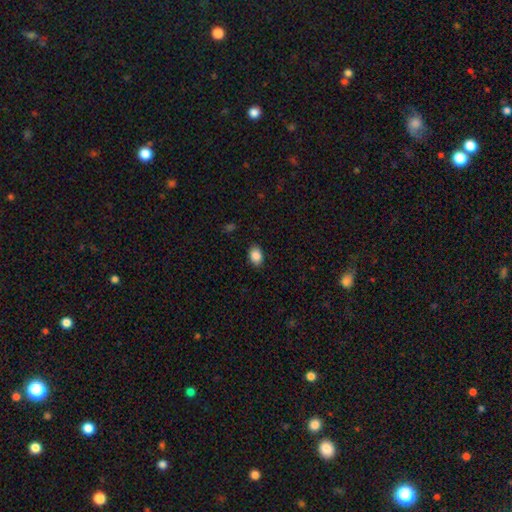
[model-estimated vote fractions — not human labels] This appears to be a smooth galaxy with no disk features (87%) that is in between round and cigar-shaped (80%). Merging: none (88%).